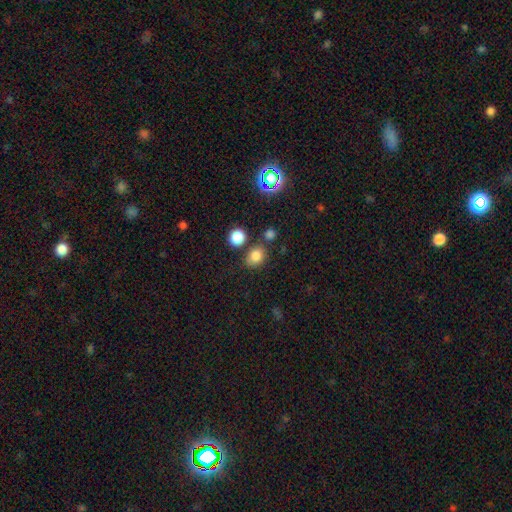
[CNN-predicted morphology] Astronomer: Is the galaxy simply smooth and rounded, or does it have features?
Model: smooth — 79%.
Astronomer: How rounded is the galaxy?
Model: round — 53% (runner-up: in between, 46%).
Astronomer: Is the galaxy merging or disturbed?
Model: none — 72%.